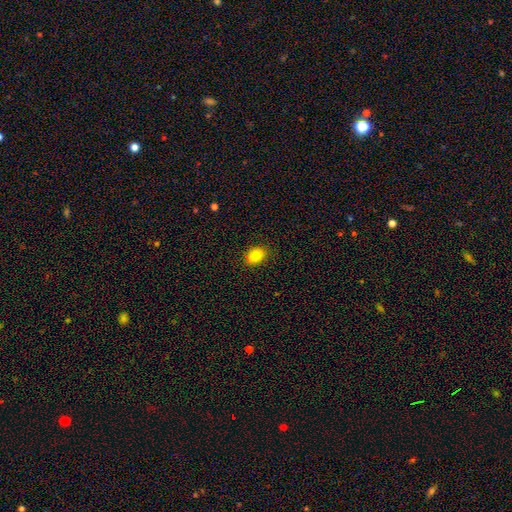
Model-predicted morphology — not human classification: Smooth or featured? Predicted: smooth (p=0.84). How rounded? Predicted: in between (p=0.62). Merging? Predicted: none (p=0.87).